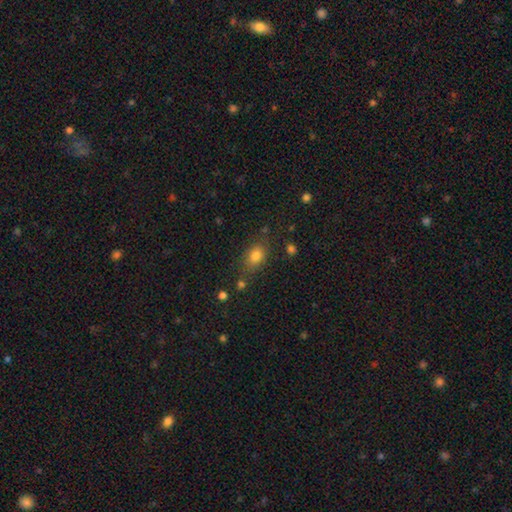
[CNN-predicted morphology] Smooth or featured? Predicted: smooth (p=0.80). How rounded? Predicted: in between (p=0.73). Merging? Predicted: none (p=0.71).